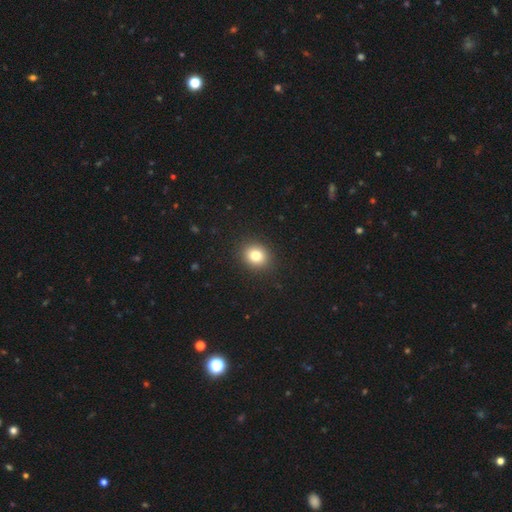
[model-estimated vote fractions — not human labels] smooth_or_featured: smooth (p=0.81) [alt: star or artifact p=0.12]
how_rounded: round (p=0.67) [alt: in between p=0.32]
merging: none (p=0.91) [alt: minor disturbance p=0.06]